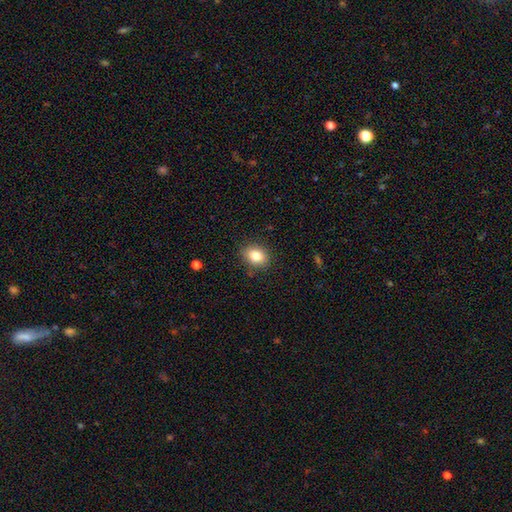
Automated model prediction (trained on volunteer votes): A smooth galaxy with no disk features (82%) that is in between round and cigar-shaped (60%). Merging: none (86%).